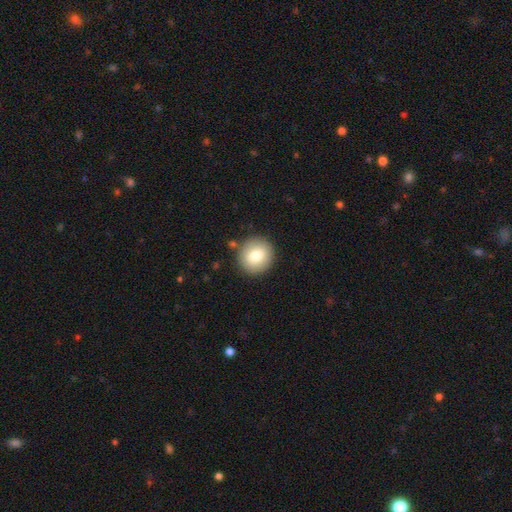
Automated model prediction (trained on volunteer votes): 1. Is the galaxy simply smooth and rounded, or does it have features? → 79% smooth, 13% featured or disk, 8% star or artifact.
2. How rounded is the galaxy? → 90% round, 9% in between, 1% cigar-shaped.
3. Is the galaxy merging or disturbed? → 87% none, 7% minor disturbance, 3% merger, 2% major disturbance.